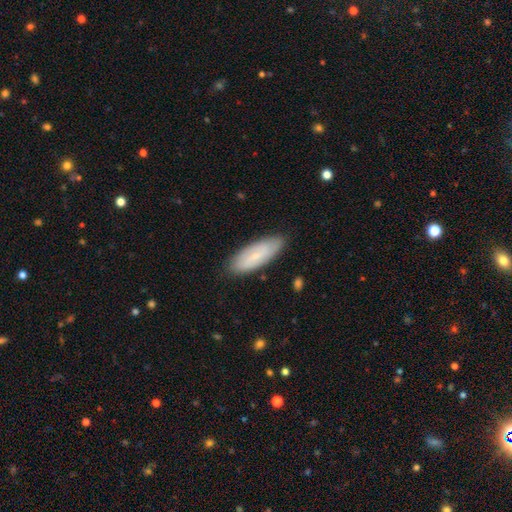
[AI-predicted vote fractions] Smooth or featured? smooth (62%)
How rounded? in between (68%)
Merging? none (83%)